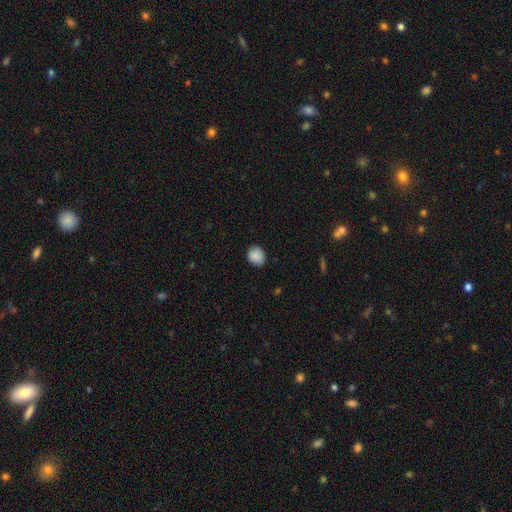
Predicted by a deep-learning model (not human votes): A smooth galaxy with no disk features (89%) that is round (74%).

Vote fractions:
- Smooth or featured? smooth: 89% / star or artifact: 8% / featured or disk: 3%
- How rounded? round: 74% / in between: 25% / cigar-shaped: 1%
- Merging? none: 86% / minor disturbance: 11% / major disturbance: 2% / merger: 1%